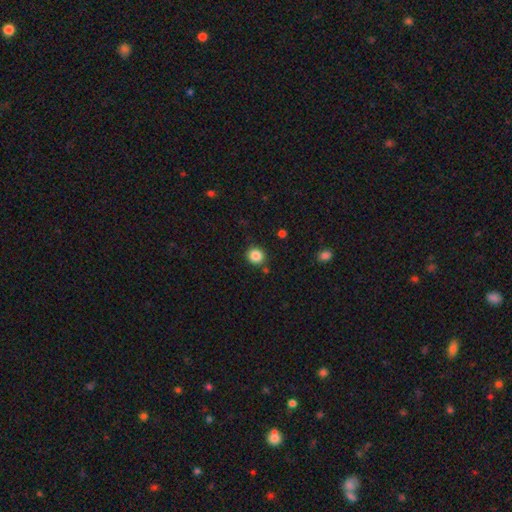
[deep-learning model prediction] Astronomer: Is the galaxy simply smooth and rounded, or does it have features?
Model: smooth — 86%.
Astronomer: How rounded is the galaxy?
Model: round — 90%.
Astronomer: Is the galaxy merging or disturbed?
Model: none — 87%.